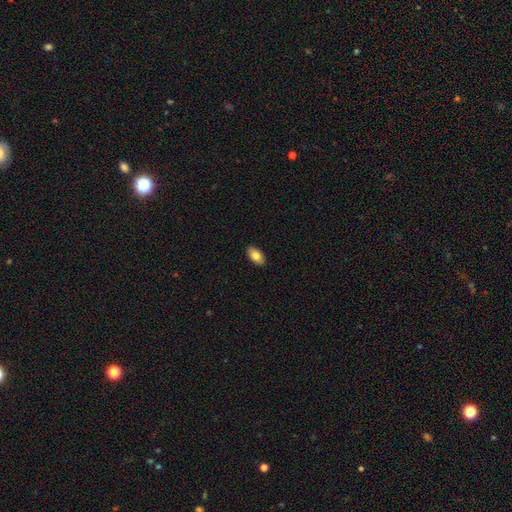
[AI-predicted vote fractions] Smooth or featured: smooth — 80% (featured or disk — 13%)
How rounded: in between — 93% (round — 4%)
Merging: none — 90% (minor disturbance — 8%)